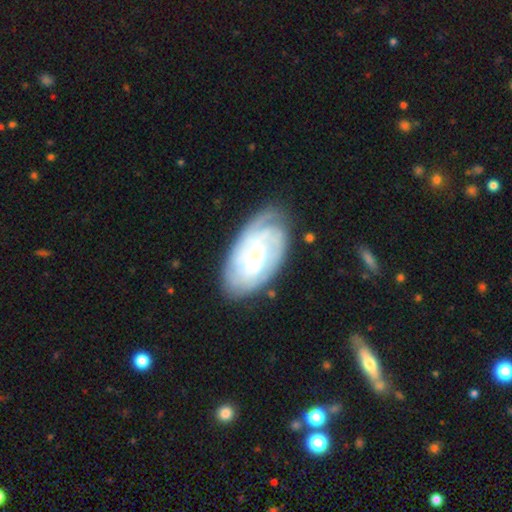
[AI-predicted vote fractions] Overall: featured or disk (77%). Edge-on disk: no (95%). Bar: no (63%; weak 30%). Spiral arms: yes (90%). Spiral arm count: can't tell (50%; 2 14%). Spiral winding: tight (72%). Bulge size: small (53%; moderate 42%). Merging: none (74%).